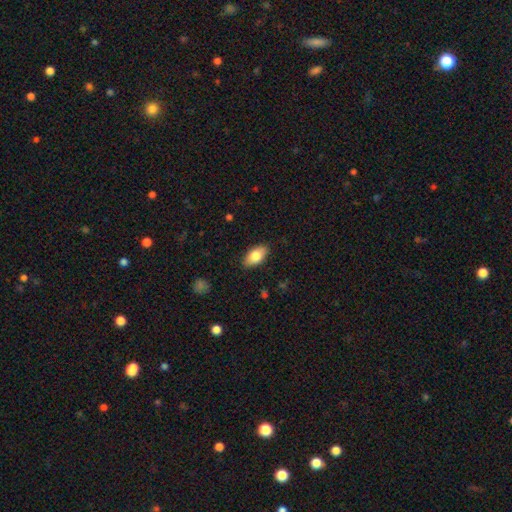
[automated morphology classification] Smooth or featured?
  - smooth: 80% *
  - featured or disk: 14%
  - star or artifact: 7%
How rounded?
  - in between: 91% *
  - cigar-shaped: 5%
  - round: 4%
Merging?
  - none: 87% *
  - minor disturbance: 10%
  - major disturbance: 2%
  - merger: 1%